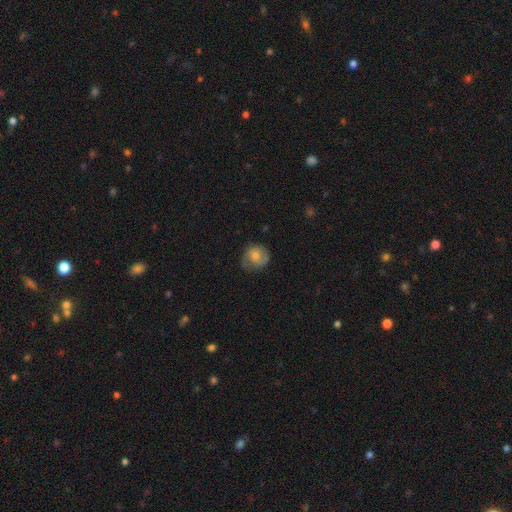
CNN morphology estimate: Smooth or featured? smooth (67%)
How rounded? round (80%)
Merging? none (61%)